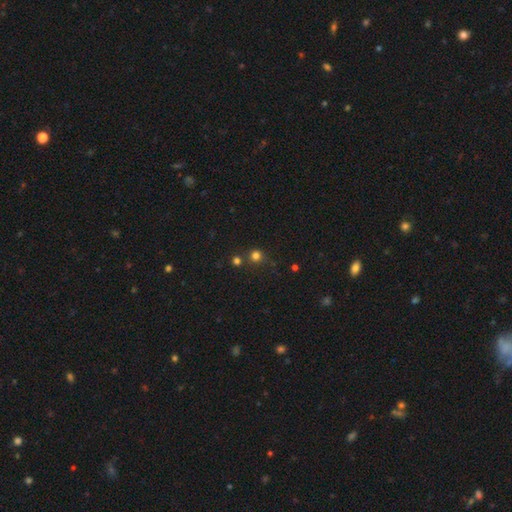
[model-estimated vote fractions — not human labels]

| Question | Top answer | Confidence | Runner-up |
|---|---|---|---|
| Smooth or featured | smooth | 74% | star or artifact (20%) |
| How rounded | round | 92% | in between (7%) |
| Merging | none | 74% | merger (14%) |